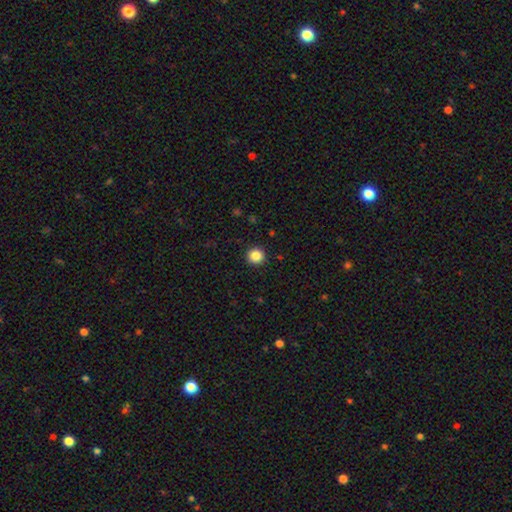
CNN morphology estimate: A smooth galaxy with no disk features (86%) that is round (94%).

Vote fractions:
- Smooth or featured? smooth: 86% / star or artifact: 11% / featured or disk: 4%
- How rounded? round: 94% / in between: 5% / cigar-shaped: 1%
- Merging? none: 93% / minor disturbance: 5% / major disturbance: 2% / merger: 1%